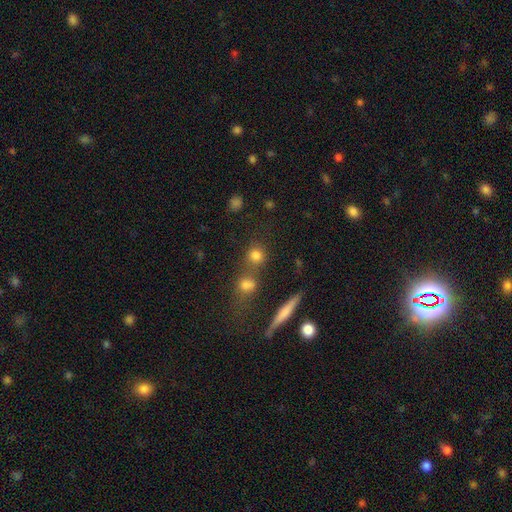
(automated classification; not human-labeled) Smooth or featured? Predicted: smooth (p=0.77). How rounded? Predicted: round (p=0.85). Merging? Predicted: none (p=0.62).